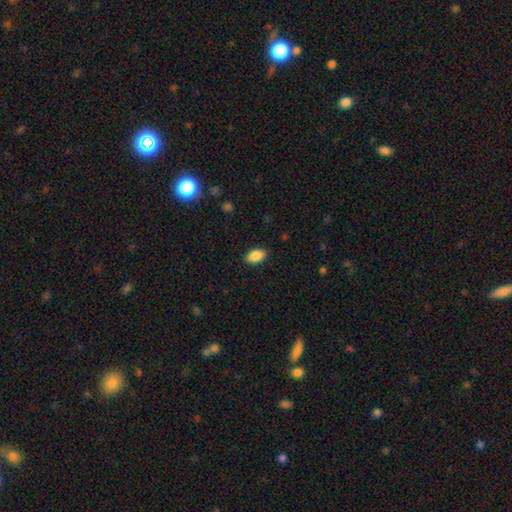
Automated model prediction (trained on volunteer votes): This is clearly a smooth galaxy (88%). How rounded: clearly in between (93%). Merging: clearly none (88%).